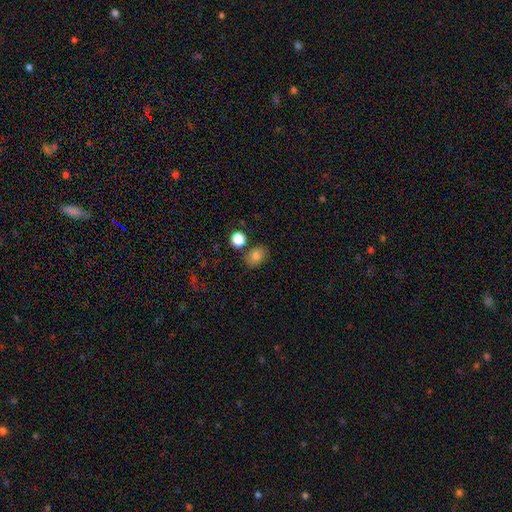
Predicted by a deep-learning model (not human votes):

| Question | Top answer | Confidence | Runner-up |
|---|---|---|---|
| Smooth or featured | smooth | 82% | star or artifact (11%) |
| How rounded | in between | 64% | round (35%) |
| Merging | none | 73% | minor disturbance (14%) |